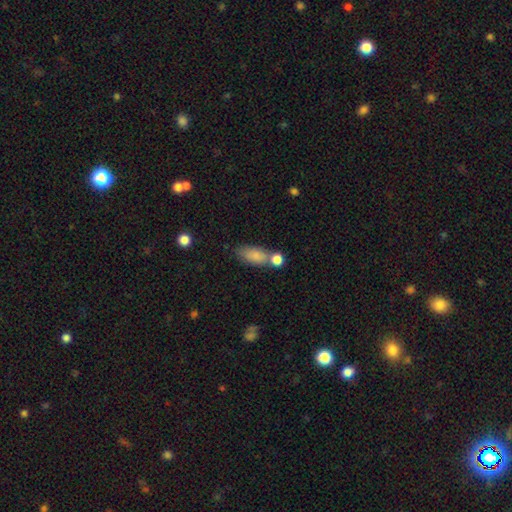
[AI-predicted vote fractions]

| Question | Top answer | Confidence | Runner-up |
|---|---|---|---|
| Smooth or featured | smooth | 82% | featured or disk (10%) |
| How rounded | in between | 81% | cigar-shaped (14%) |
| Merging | none | 49% | merger (27%) |